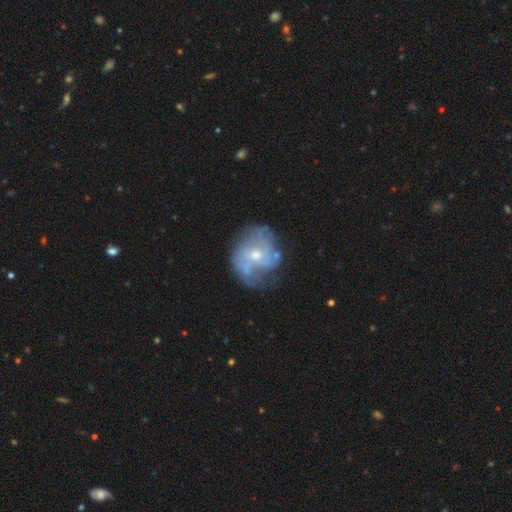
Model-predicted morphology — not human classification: This is likely a featured or disk galaxy (76%). It is clearly not viewed edge-on (98%). Bar: likely no (68%). Spiral arm pattern: likely yes (80%). Spiral arm count: marginally can't tell (36%). Spiral winding: marginally medium (40%). Central bulge: possibly small (50%). Merging: possibly none (54%).